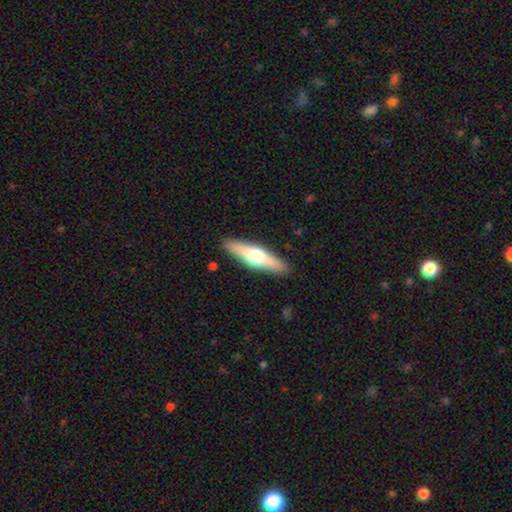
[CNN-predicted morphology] smooth_or_featured: featured or disk (p=0.50) [alt: smooth p=0.45]
merging: none (p=0.89) [alt: minor disturbance p=0.08]